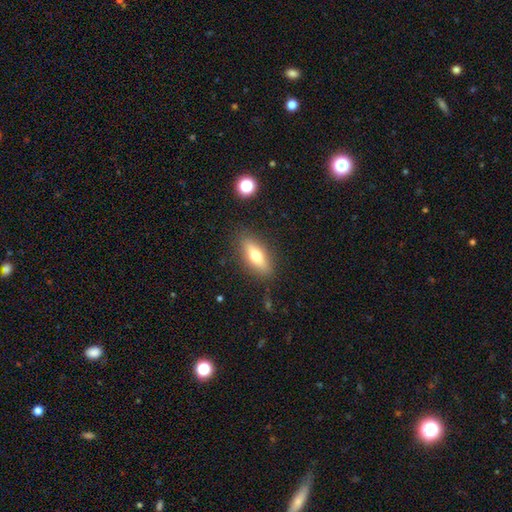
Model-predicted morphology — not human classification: Smooth or featured? Predicted: smooth (p=0.64). How rounded? Predicted: in between (p=0.62). Merging? Predicted: none (p=0.86).